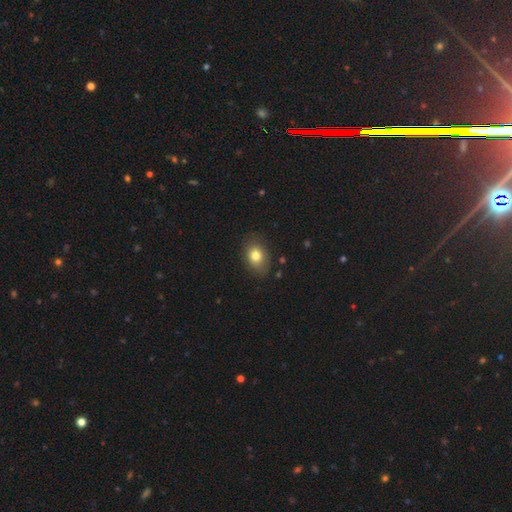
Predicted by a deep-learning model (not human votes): smooth_or_featured: smooth (p=0.79) [alt: featured or disk p=0.12]
how_rounded: in between (p=0.67) [alt: round p=0.32]
merging: none (p=0.81) [alt: minor disturbance p=0.14]